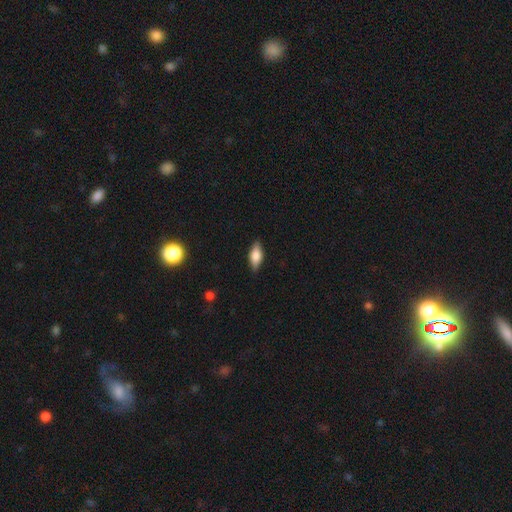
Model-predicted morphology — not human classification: This appears to be a smooth galaxy with no disk features (69%) that is in between round and cigar-shaped (77%). Merging: none (84%).